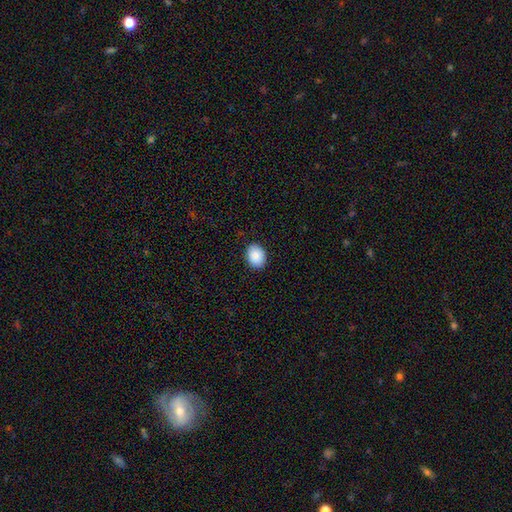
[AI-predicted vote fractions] Morphology: type=smooth (89%); roundness=in between (61%); merging=none (90%).